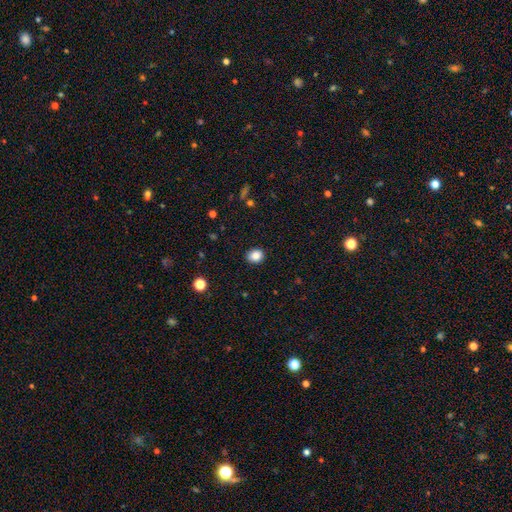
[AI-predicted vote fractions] smooth-or-featured: smooth: 86% | star or artifact: 10% | featured or disk: 4%
  how-rounded: round: 57% | in between: 42% | cigar-shaped: 1%
  merging: none: 90% | minor disturbance: 7% | major disturbance: 2% | merger: 1%